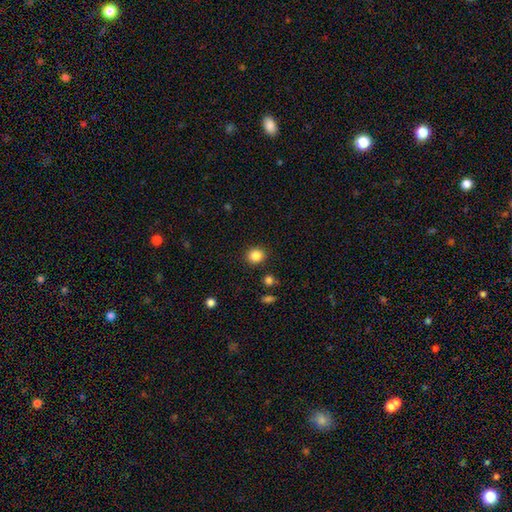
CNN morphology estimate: Q: Smooth or featured?
A: smooth (85%); runner-up: star or artifact (10%)
Q: How rounded?
A: round (84%); runner-up: in between (15%)
Q: Merging?
A: none (89%); runner-up: minor disturbance (6%)